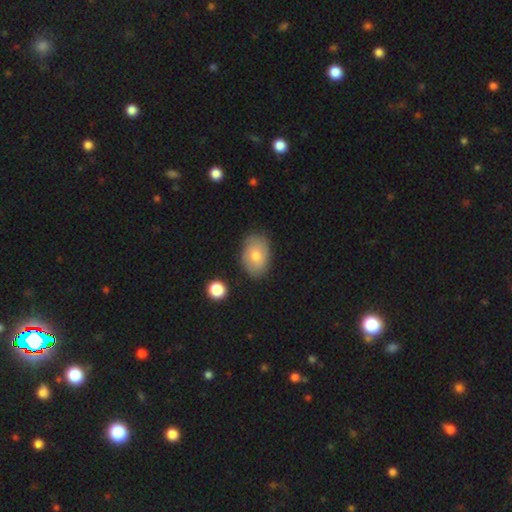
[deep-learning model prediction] Morphology: type=smooth (69%); roundness=in between (84%); merging=none (81%).